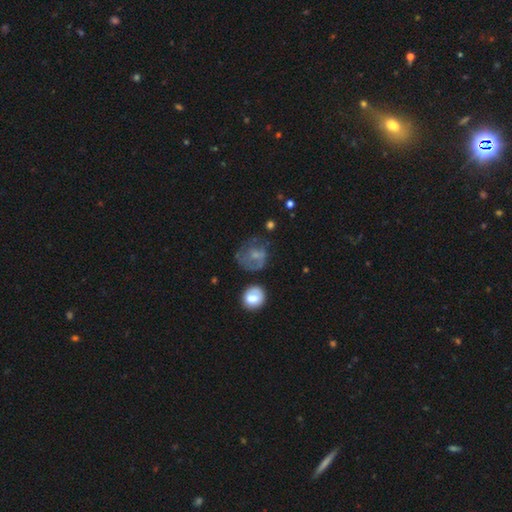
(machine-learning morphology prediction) Smooth or featured? smooth (55%)
How rounded? round (70%)
Merging? none (38%)